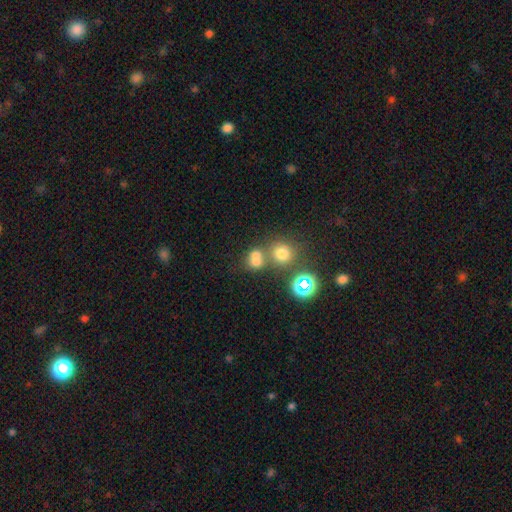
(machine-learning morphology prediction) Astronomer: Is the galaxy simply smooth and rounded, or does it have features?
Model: smooth — 66%.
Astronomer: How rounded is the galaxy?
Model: round — 75%.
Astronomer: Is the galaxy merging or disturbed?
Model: merger — 44% (runner-up: none, 43%).